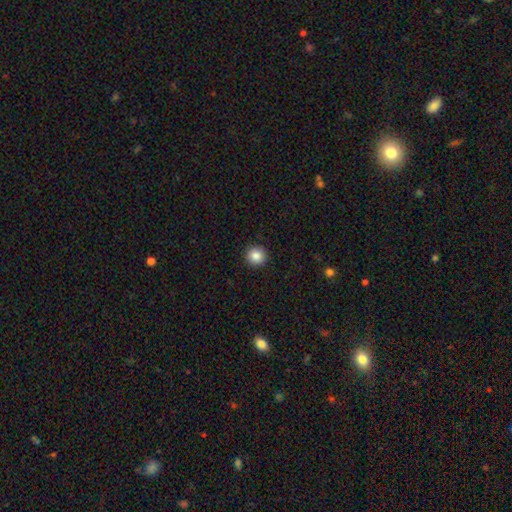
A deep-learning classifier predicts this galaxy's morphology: This is clearly a smooth galaxy (86%). How rounded: clearly round (94%). Merging: clearly none (93%).